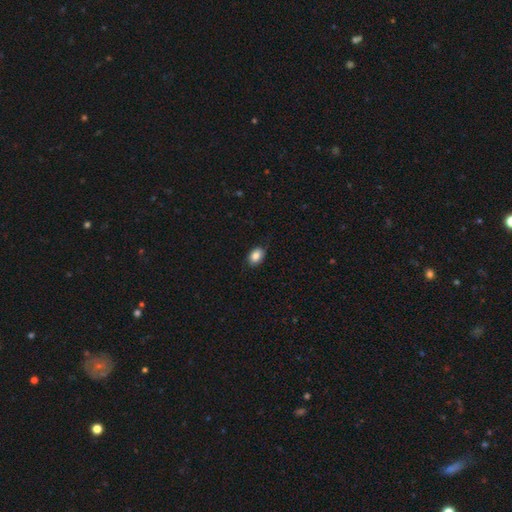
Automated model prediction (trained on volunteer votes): Q: Smooth or featured?
A: smooth (86%); runner-up: star or artifact (8%)
Q: How rounded?
A: in between (81%); runner-up: round (17%)
Q: Merging?
A: none (82%); runner-up: minor disturbance (14%)